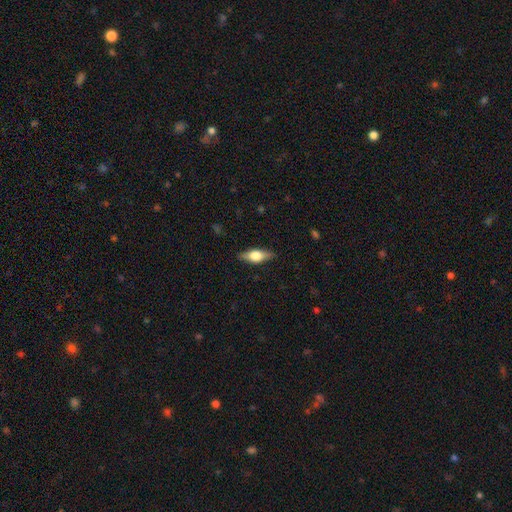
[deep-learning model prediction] Smooth or featured? featured or disk (49%)
Merging? none (86%)